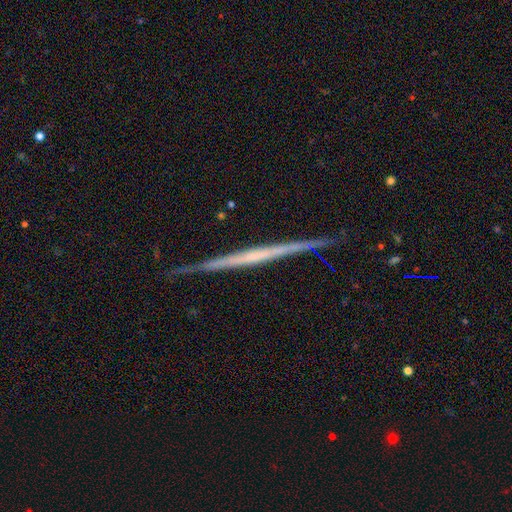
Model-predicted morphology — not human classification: Smooth or featured? Predicted: featured or disk (p=0.73). Edge-on disk? Predicted: yes (p=0.98). Edge-on bulge? Predicted: none (p=0.81). Merging? Predicted: none (p=0.87).